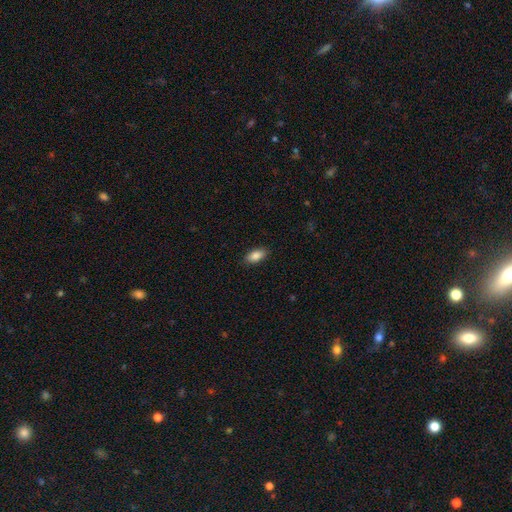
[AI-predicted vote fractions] The model was most divided on "merging": none: 88%, minor disturbance: 9%, major disturbance: 2%, merger: 1%. More confident: how rounded — in between (90%); smooth or featured — smooth (87%).